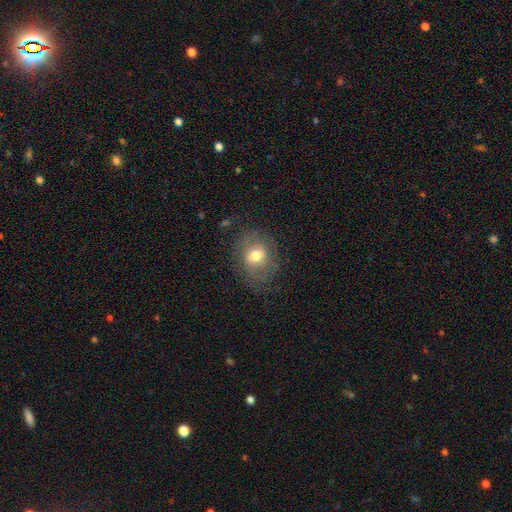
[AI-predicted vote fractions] This is possibly a smooth galaxy (59%). How rounded: possibly round (52%). Merging: likely none (69%).